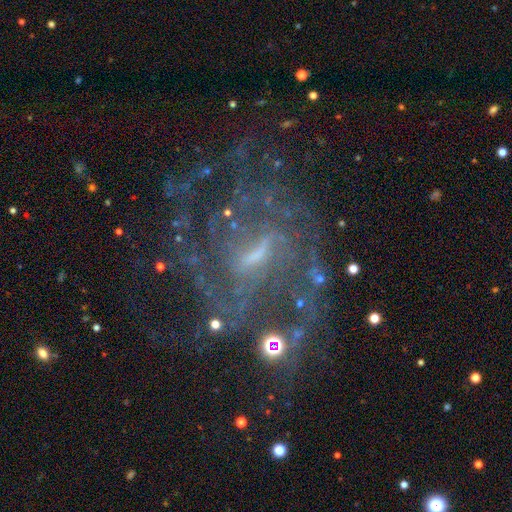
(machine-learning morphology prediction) Q: Smooth or featured?
A: featured or disk (85%); runner-up: star or artifact (10%)
Q: Edge-on disk?
A: no (97%); runner-up: yes (3%)
Q: Bar?
A: weak (47%); runner-up: strong (37%)
Q: Spiral arms?
A: yes (94%); runner-up: no (6%)
Q: Spiral winding?
A: medium (43%); runner-up: tight (38%)
Q: Spiral arm count?
A: can't tell (32%); runner-up: 2 (21%)
Q: Bulge size?
A: small (48%); runner-up: moderate (28%)
Q: Merging?
A: none (60%); runner-up: major disturbance (19%)